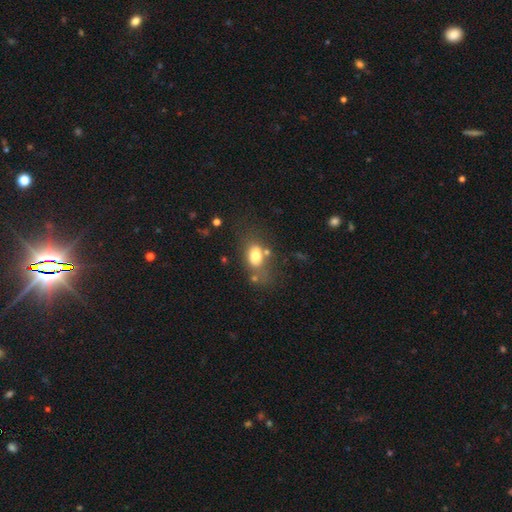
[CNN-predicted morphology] Smooth or featured?
  - smooth: 73% *
  - featured or disk: 17%
  - star or artifact: 10%
How rounded?
  - in between: 75% *
  - round: 23%
  - cigar-shaped: 2%
Merging?
  - none: 55% *
  - minor disturbance: 19%
  - merger: 15%
  - major disturbance: 11%